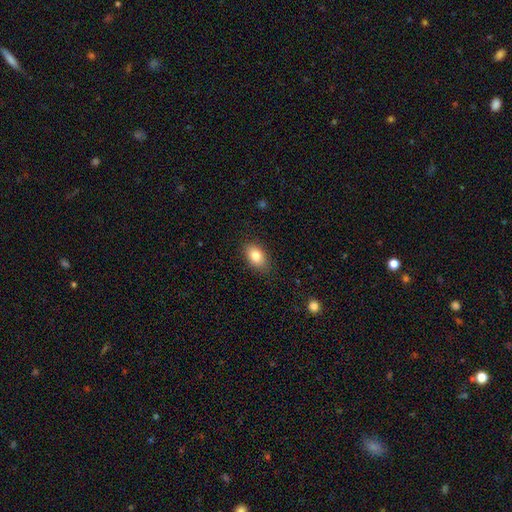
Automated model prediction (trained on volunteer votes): Q: Smooth or featured?
A: smooth (85%); runner-up: star or artifact (8%)
Q: How rounded?
A: in between (89%); runner-up: round (10%)
Q: Merging?
A: none (85%); runner-up: minor disturbance (12%)